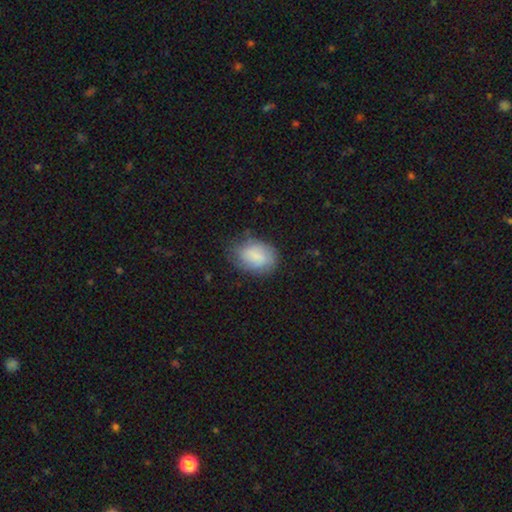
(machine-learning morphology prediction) This appears to be a smooth galaxy with no disk features (76%) that is in between round and cigar-shaped (79%). Merging: none (64%).